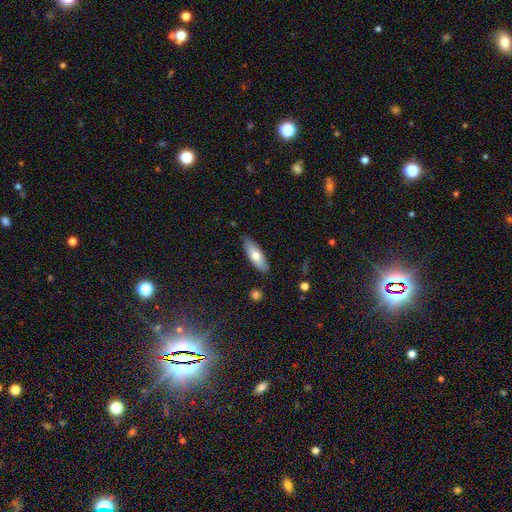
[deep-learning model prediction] The model was most divided on "how rounded": in between: 58%, cigar-shaped: 39%, round: 2%. More confident: merging — none (87%); smooth or featured — smooth (69%).